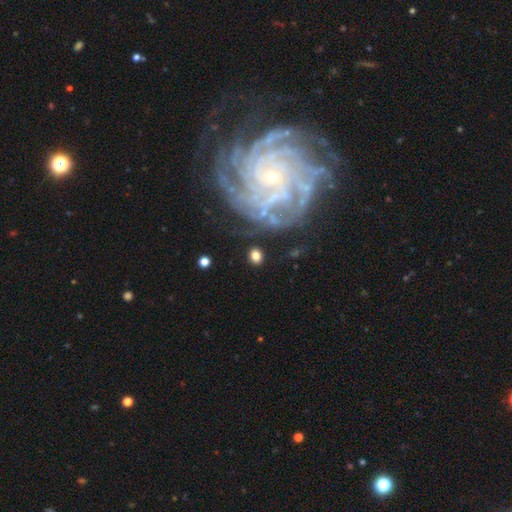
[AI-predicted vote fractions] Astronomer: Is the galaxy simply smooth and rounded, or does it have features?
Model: smooth — 71%.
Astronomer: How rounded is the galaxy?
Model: round — 68%.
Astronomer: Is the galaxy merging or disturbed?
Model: none — 78%.